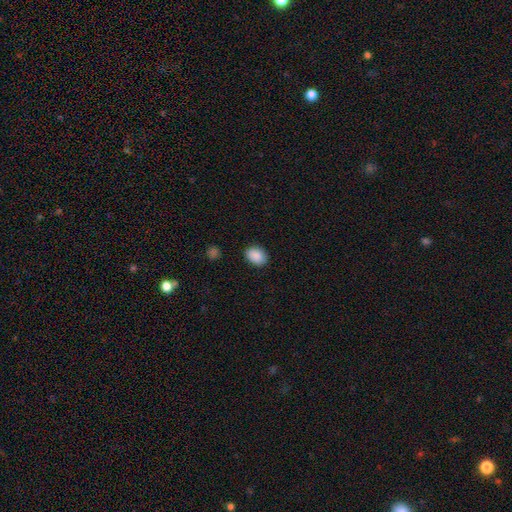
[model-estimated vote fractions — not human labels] Q: Smooth or featured?
A: smooth (89%); runner-up: star or artifact (7%)
Q: How rounded?
A: in between (72%); runner-up: round (27%)
Q: Merging?
A: none (85%); runner-up: minor disturbance (11%)